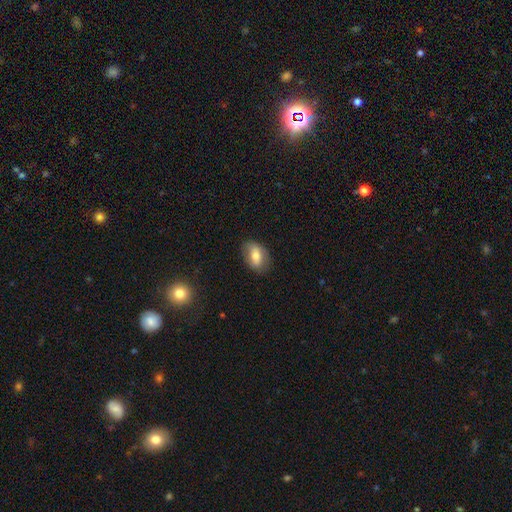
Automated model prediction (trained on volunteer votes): smooth_or_featured: smooth (p=0.66) [alt: featured or disk p=0.26]
how_rounded: in between (p=0.82) [alt: round p=0.16]
merging: none (p=0.78) [alt: minor disturbance p=0.17]